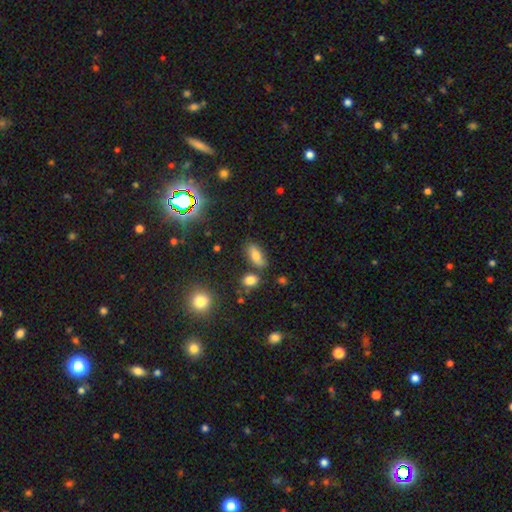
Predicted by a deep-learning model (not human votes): smooth_or_featured: smooth (p=0.73) [alt: featured or disk p=0.16]
how_rounded: in between (p=0.81) [alt: cigar-shaped p=0.14]
merging: none (p=0.73) [alt: minor disturbance p=0.15]